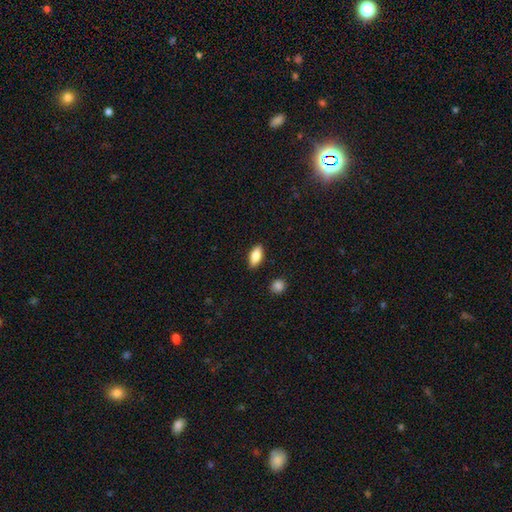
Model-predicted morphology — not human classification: This appears to be a smooth galaxy with no disk features (81%) that is in between round and cigar-shaped (87%). Merging: none (88%).